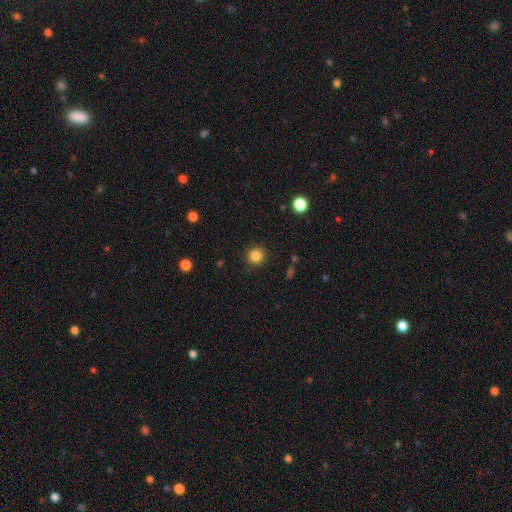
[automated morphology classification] type=smooth (85%); roundness=round (93%); merging=none (91%).